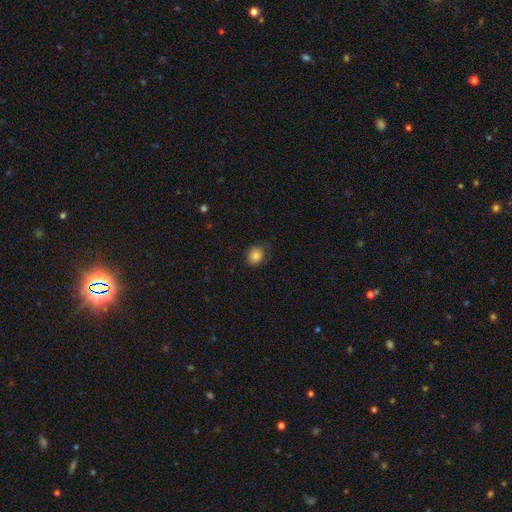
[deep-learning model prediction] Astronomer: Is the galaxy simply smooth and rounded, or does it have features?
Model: smooth — 84%.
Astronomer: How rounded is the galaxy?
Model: round — 74%.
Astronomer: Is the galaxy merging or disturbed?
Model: none — 74%.